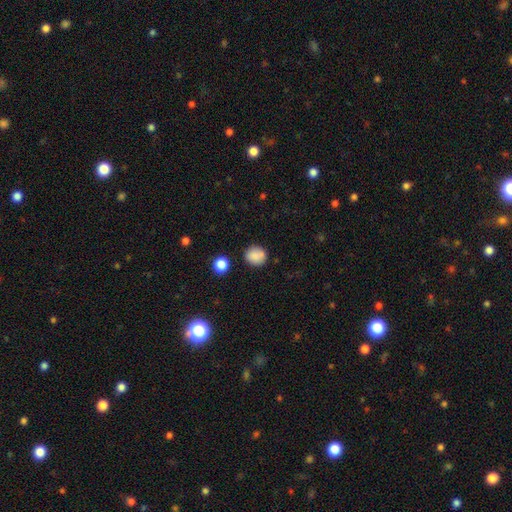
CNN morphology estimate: smooth 84%, star or artifact 10%, featured or disk 6%. Down the decision tree: how rounded — round (80%); merging — none (77%).